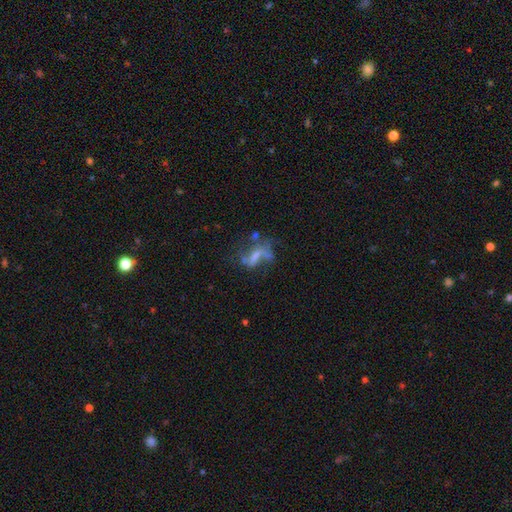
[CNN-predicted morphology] smooth-or-featured: featured or disk: 57% | smooth: 27% | star or artifact: 16%
  disk-edge-on: no: 94% | yes: 6%
    bar: no: 50% | weak: 30% | strong: 20%
    has-spiral-arms: no: 52% | yes: 48%
    bulge-size: none: 52% | small: 24% | moderate: 18% | large: 5% | dominant: 2%
  merging: major disturbance: 37% | none: 31% | merger: 16% | minor disturbance: 16%